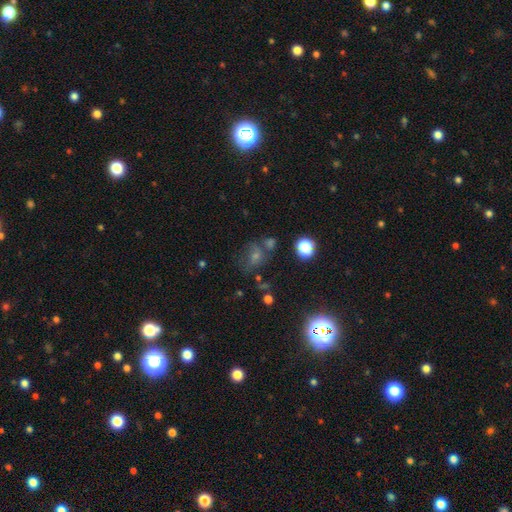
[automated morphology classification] Smooth or featured? star or artifact (46%)